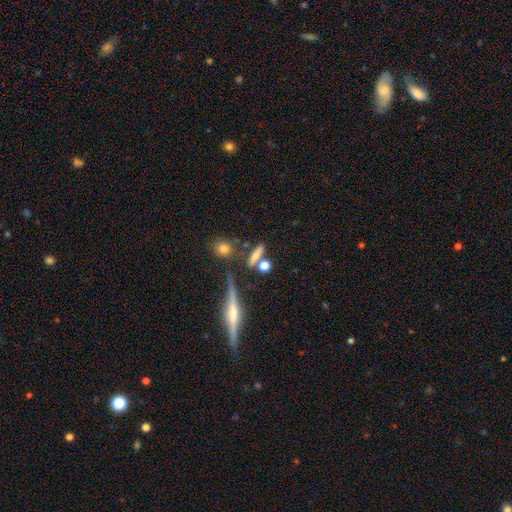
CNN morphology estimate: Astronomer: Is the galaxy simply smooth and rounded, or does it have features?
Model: smooth — 66%.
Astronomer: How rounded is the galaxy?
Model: cigar-shaped — 60%.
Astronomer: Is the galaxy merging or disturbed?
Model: none — 64%.